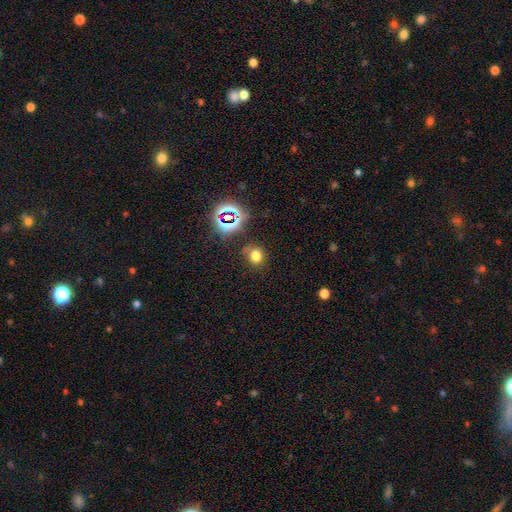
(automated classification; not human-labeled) This appears to be a smooth galaxy with no disk features (68%) that is round (64%). Merging: none (75%).